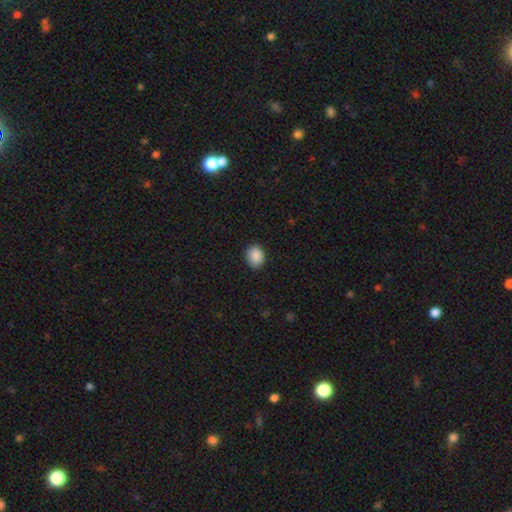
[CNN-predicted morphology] smooth-or-featured: smooth: 89% | star or artifact: 8% | featured or disk: 3%
  how-rounded: round: 56% | in between: 43% | cigar-shaped: 1%
  merging: none: 86% | minor disturbance: 11% | major disturbance: 2% | merger: 1%